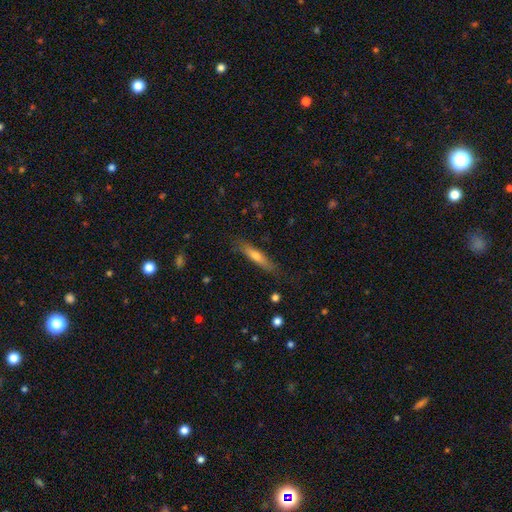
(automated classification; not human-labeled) A smooth galaxy with no disk features (57%) that is cigar-shaped (85%).

Vote fractions:
- Smooth or featured? smooth: 57% / featured or disk: 36% / star or artifact: 6%
- How rounded? cigar-shaped: 85% / in between: 14% / round: 2%
- Merging? none: 80% / minor disturbance: 15% / major disturbance: 3% / merger: 1%